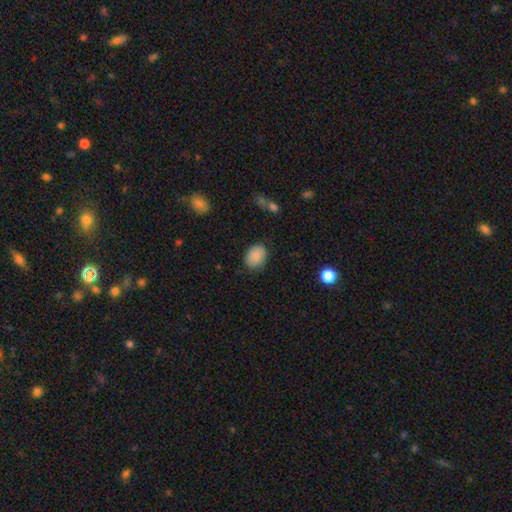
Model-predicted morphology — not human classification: smooth_or_featured: smooth (p=0.87) [alt: star or artifact p=0.08]
how_rounded: in between (p=0.61) [alt: round p=0.38]
merging: none (p=0.81) [alt: minor disturbance p=0.15]